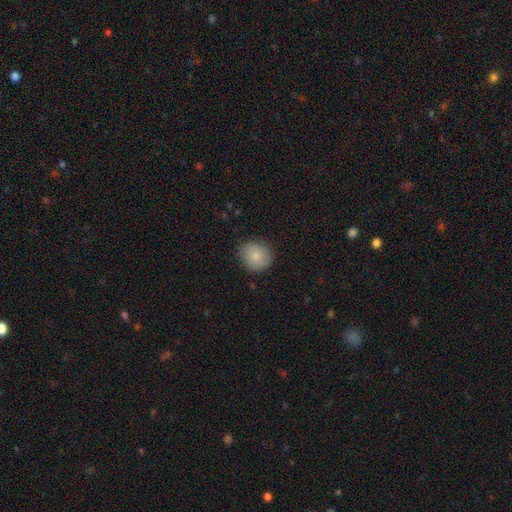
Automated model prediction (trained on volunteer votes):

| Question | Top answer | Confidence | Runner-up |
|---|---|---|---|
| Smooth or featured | smooth | 82% | featured or disk (10%) |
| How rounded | round | 84% | in between (15%) |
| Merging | none | 82% | minor disturbance (14%) |